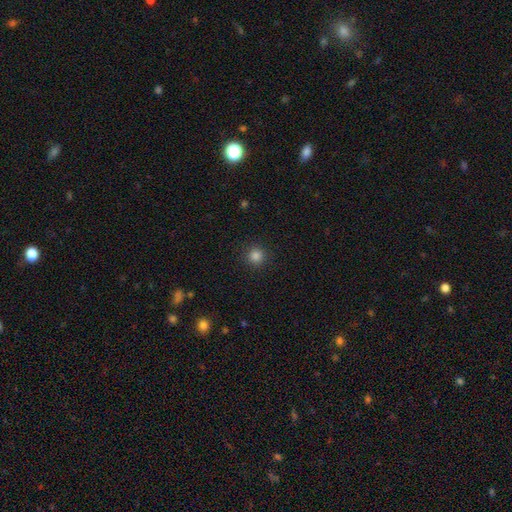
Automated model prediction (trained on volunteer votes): smooth 84%, star or artifact 13%, featured or disk 4%. Down the decision tree: how rounded — round (94%); merging — none (91%).